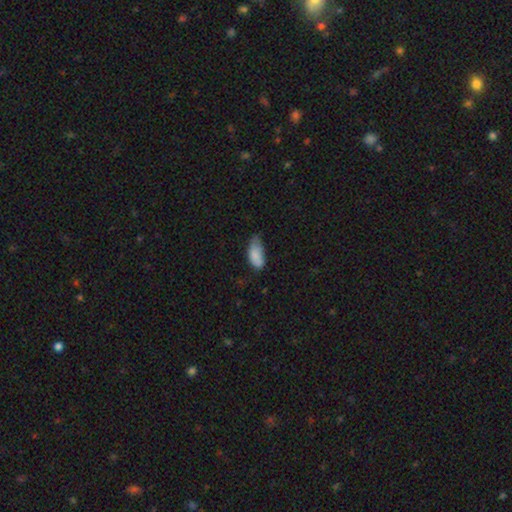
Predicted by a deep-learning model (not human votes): Smooth or featured? Predicted: smooth (p=0.83). How rounded? Predicted: in between (p=0.92). Merging? Predicted: minor disturbance (p=0.49).